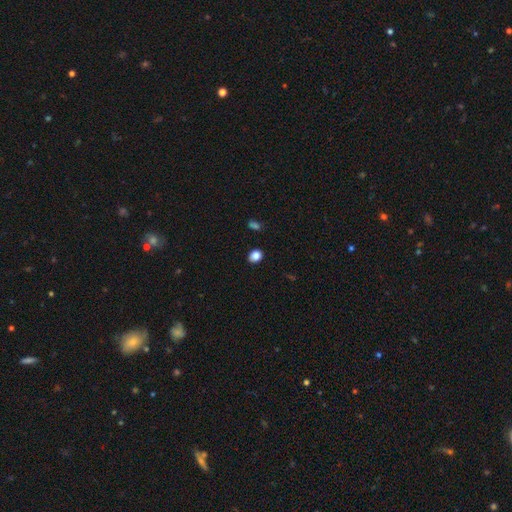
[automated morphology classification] This appears to be a smooth galaxy with no disk features (85%) that is round (50%). Merging: none (88%).